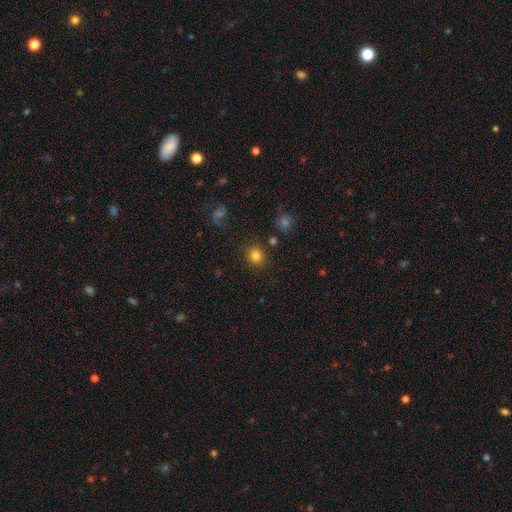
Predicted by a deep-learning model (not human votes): Smooth or featured?
  - smooth: 82% *
  - star or artifact: 12%
  - featured or disk: 6%
How rounded?
  - round: 86% *
  - in between: 13%
  - cigar-shaped: 1%
Merging?
  - none: 87% *
  - minor disturbance: 7%
  - major disturbance: 3%
  - merger: 3%